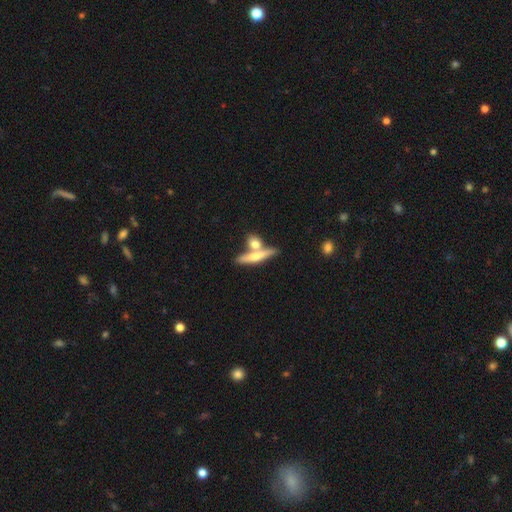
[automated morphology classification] A smooth galaxy with no disk features (51%) that is cigar-shaped (73%). Merging: none (53%).